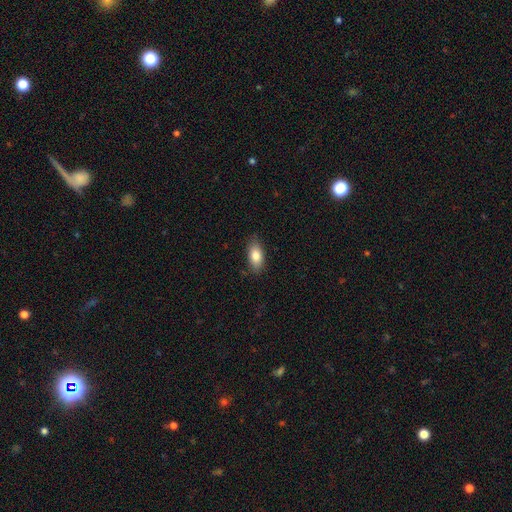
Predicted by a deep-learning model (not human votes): Q: Smooth or featured?
A: smooth (83%); runner-up: featured or disk (10%)
Q: How rounded?
A: in between (89%); runner-up: cigar-shaped (7%)
Q: Merging?
A: none (83%); runner-up: minor disturbance (13%)